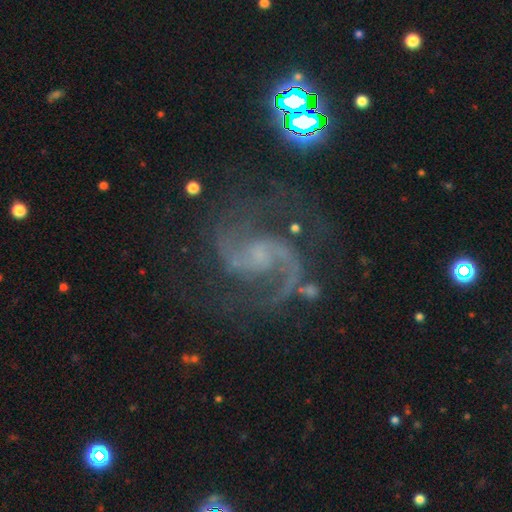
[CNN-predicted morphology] featured or disk 90%, star or artifact 7%, smooth 3%. Down the decision tree: edge-on disk — no (98%); bar — weak (46%); spiral arms — yes (98%); spiral arm count — 2 (92%); spiral winding — medium (62%); bulge size — small (50%); merging — none (70%).